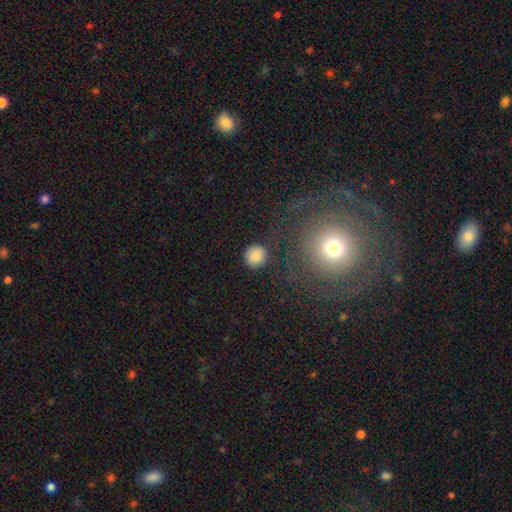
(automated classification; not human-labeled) Smooth or featured: smooth — 83% (star or artifact — 11%)
How rounded: round — 89% (in between — 10%)
Merging: none — 82% (minor disturbance — 12%)